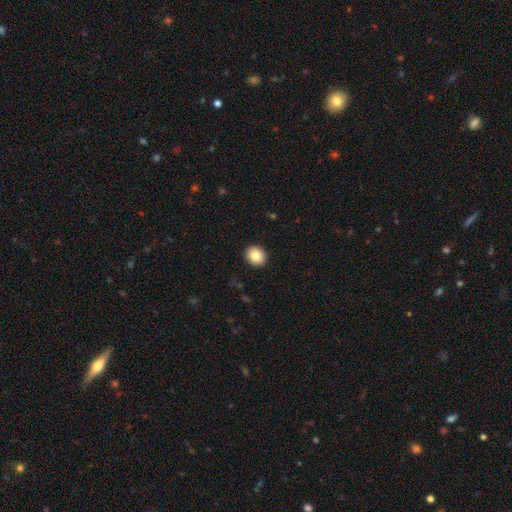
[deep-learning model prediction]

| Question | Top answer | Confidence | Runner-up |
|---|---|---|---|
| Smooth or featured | smooth | 84% | star or artifact (9%) |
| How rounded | round | 70% | in between (29%) |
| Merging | none | 92% | minor disturbance (5%) |